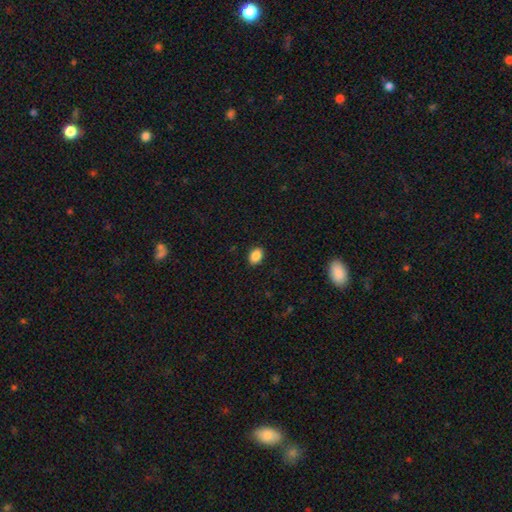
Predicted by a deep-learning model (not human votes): Smooth or featured? Predicted: smooth (p=0.88). How rounded? Predicted: in between (p=0.75). Merging? Predicted: none (p=0.90).